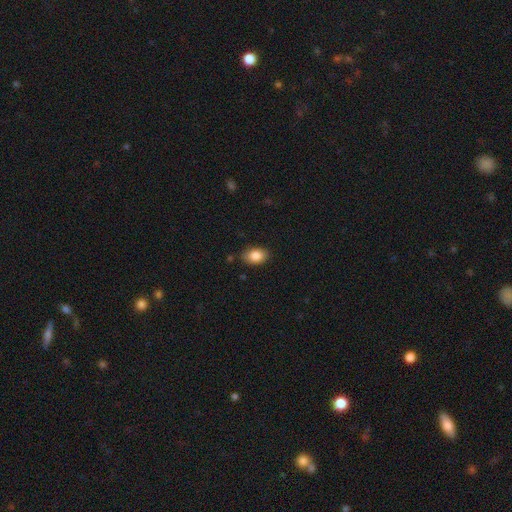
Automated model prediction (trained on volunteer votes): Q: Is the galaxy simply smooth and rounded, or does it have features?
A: smooth — 86%.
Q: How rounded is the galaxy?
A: in between — 85%.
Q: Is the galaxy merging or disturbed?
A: none — 85%.